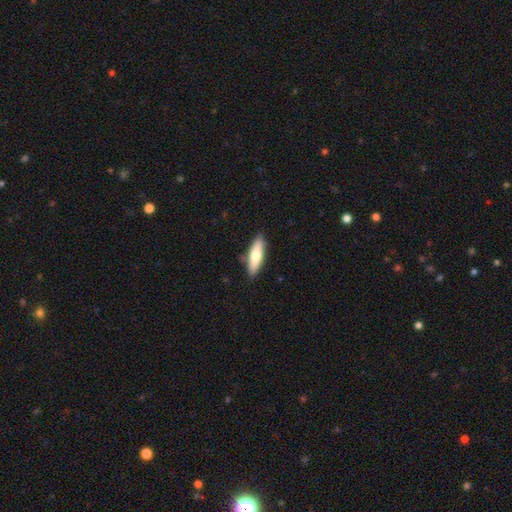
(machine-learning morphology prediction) Smooth or featured? smooth (65%)
How rounded? cigar-shaped (55%)
Merging? none (85%)